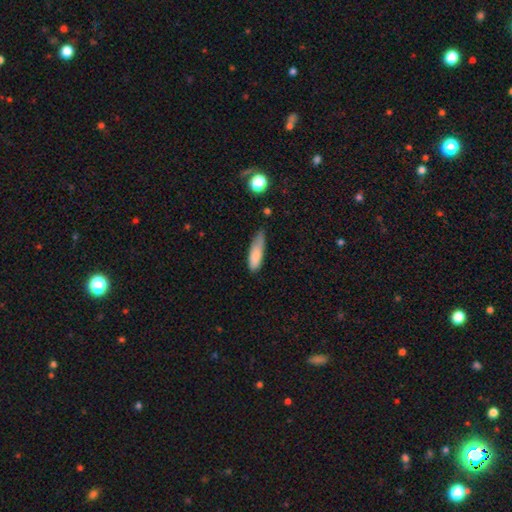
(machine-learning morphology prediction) Smooth or featured? Predicted: smooth (p=0.82). How rounded? Predicted: cigar-shaped (p=0.54). Merging? Predicted: none (p=0.44).